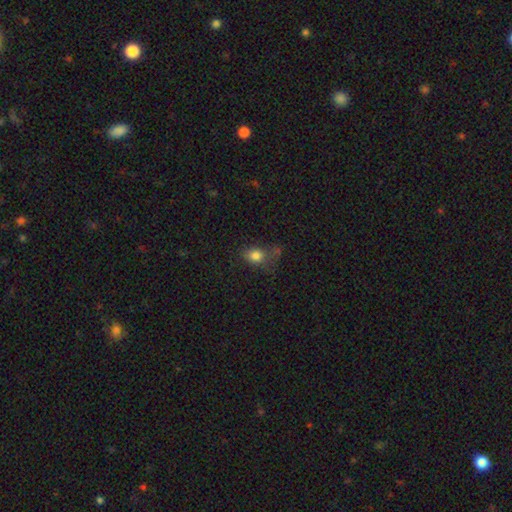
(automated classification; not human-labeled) Q: Smooth or featured?
A: smooth (79%); runner-up: star or artifact (12%)
Q: How rounded?
A: in between (50%); runner-up: round (48%)
Q: Merging?
A: none (48%); runner-up: minor disturbance (25%)